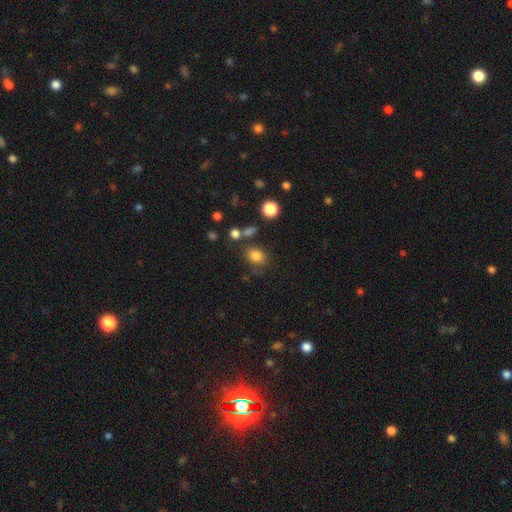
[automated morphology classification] type=smooth (81%); roundness=in between (54%); merging=none (71%).